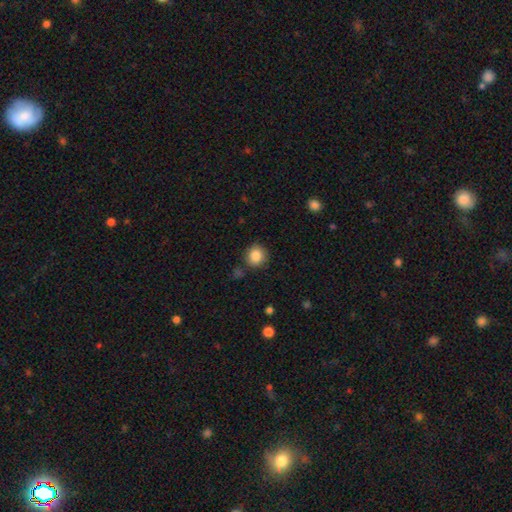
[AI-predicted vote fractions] This is clearly a smooth galaxy (86%). How rounded: clearly round (87%). Merging: clearly none (84%).